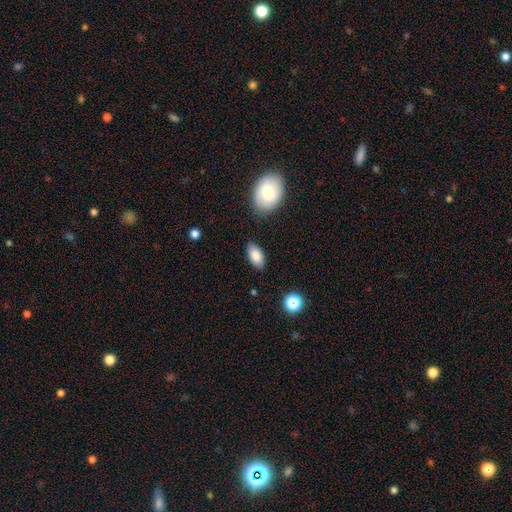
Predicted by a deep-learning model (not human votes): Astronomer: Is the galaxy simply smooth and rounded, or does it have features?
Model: smooth — 84%.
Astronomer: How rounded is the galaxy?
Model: in between — 93%.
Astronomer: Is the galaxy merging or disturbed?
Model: none — 83%.